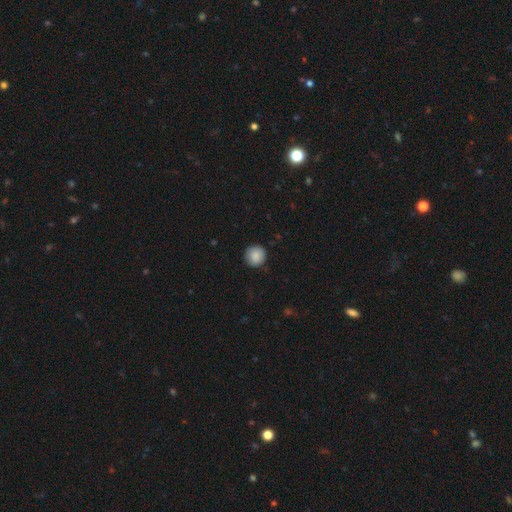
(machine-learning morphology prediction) This appears to be a smooth galaxy with no disk features (89%) that is round (94%). Merging: none (89%).